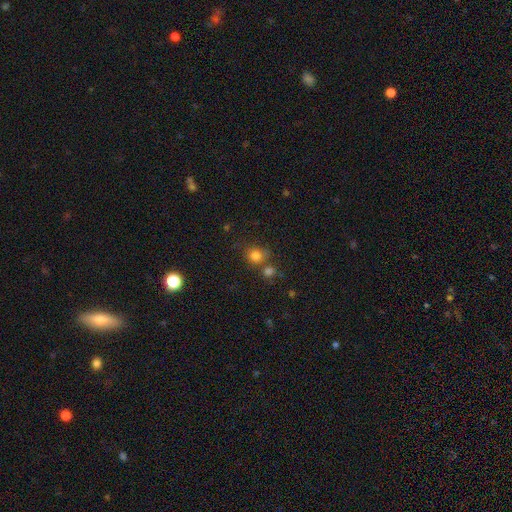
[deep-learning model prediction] A smooth galaxy with no disk features (80%) that is round (83%).

Vote fractions:
- Smooth or featured? smooth: 80% / star or artifact: 14% / featured or disk: 7%
- How rounded? round: 83% / in between: 16% / cigar-shaped: 1%
- Merging? none: 59% / merger: 24% / minor disturbance: 13% / major disturbance: 5%